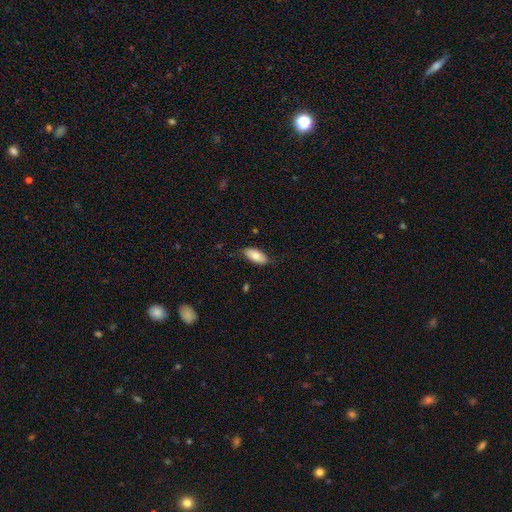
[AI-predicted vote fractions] Smooth or featured?
  - smooth: 78% *
  - featured or disk: 16%
  - star or artifact: 6%
How rounded?
  - in between: 89% *
  - cigar-shaped: 9%
  - round: 2%
Merging?
  - none: 81% *
  - minor disturbance: 16%
  - major disturbance: 3%
  - merger: 1%